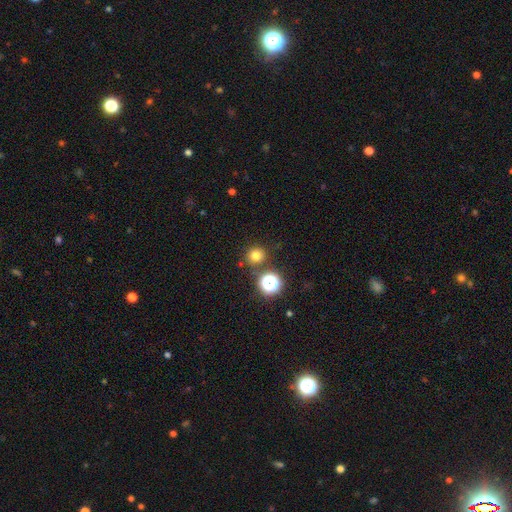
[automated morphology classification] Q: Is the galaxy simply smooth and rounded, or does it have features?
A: smooth — 74%.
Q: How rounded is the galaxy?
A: round — 92%.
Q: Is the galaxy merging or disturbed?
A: none — 83%.